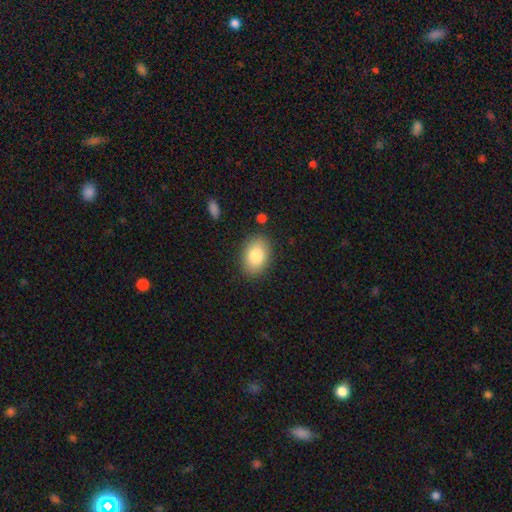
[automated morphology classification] smooth-or-featured: smooth: 82% | featured or disk: 11% | star or artifact: 7%
  how-rounded: in between: 82% | round: 16% | cigar-shaped: 1%
  merging: none: 86% | minor disturbance: 10% | major disturbance: 3% | merger: 2%